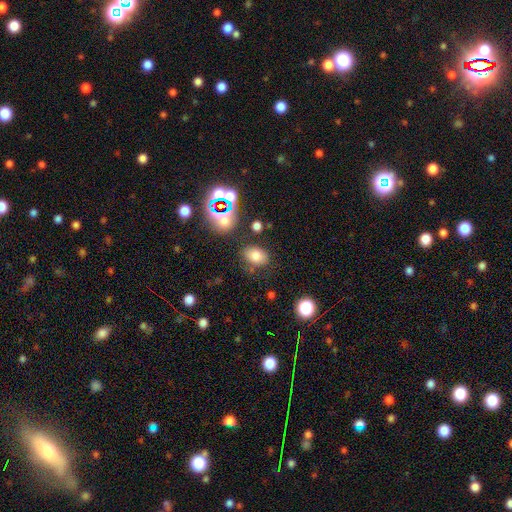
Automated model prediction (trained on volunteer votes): A smooth galaxy with no disk features (73%) that is in between round and cigar-shaped (72%). Merging: none (75%).